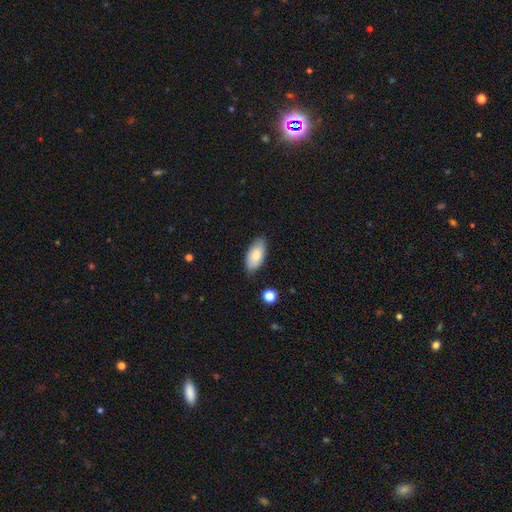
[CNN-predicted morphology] The model was most divided on "merging": none: 81%, minor disturbance: 14%, major disturbance: 2%, merger: 2%. More confident: how rounded — in between (92%); smooth or featured — smooth (82%).